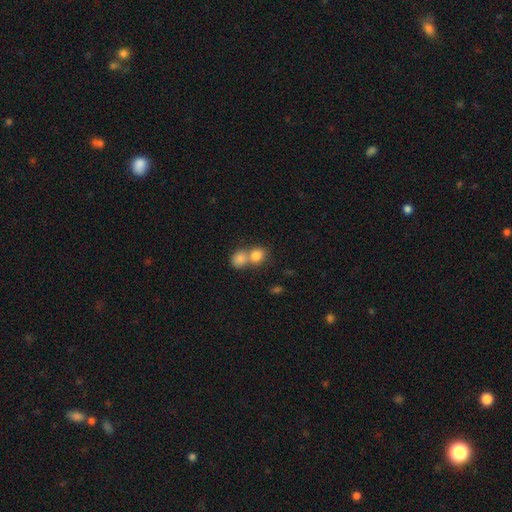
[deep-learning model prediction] Morphology: type=smooth (82%); roundness=round (64%); merging=merger (56%).